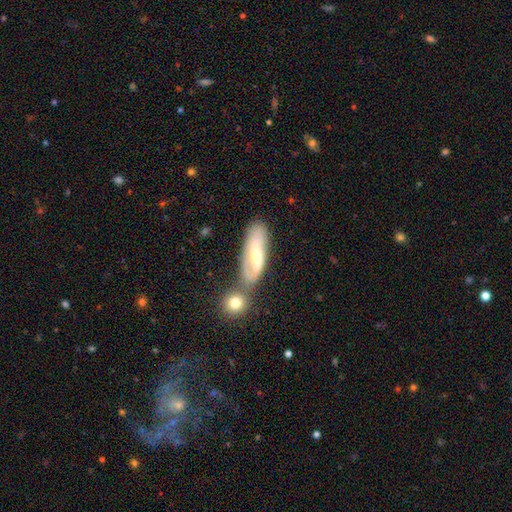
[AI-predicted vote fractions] Overall: featured or disk (62%; smooth 32%). Edge-on disk: no (80%). Merging: none (55%; merger 21%).